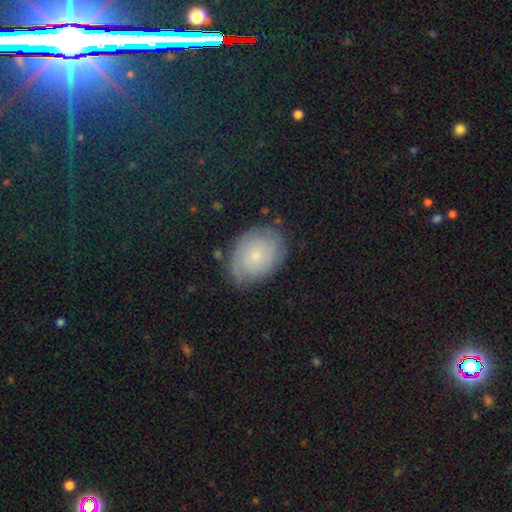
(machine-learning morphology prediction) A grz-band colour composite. It shows a featured or disk galaxy (49%). Merging: none (71%).